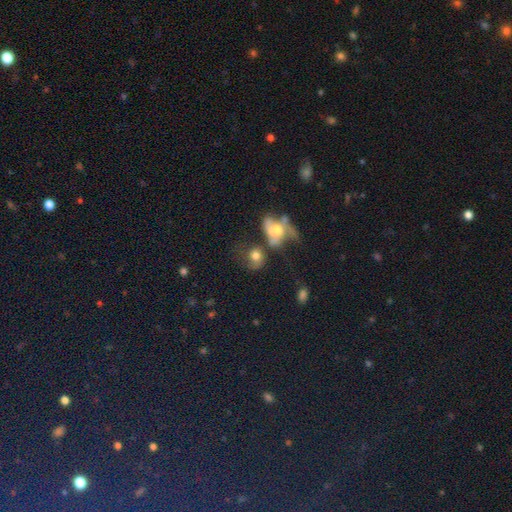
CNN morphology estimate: The model was most divided on "merging": merger: 34%, none: 31%, major disturbance: 20%, minor disturbance: 16%. More confident: smooth or featured — smooth (65%); how rounded — round (58%).